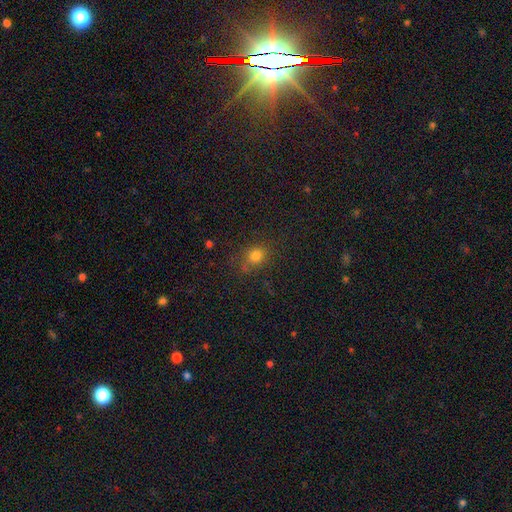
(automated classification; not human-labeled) Smooth or featured: smooth — 76% (star or artifact — 17%)
How rounded: round — 75% (in between — 24%)
Merging: none — 76% (minor disturbance — 15%)